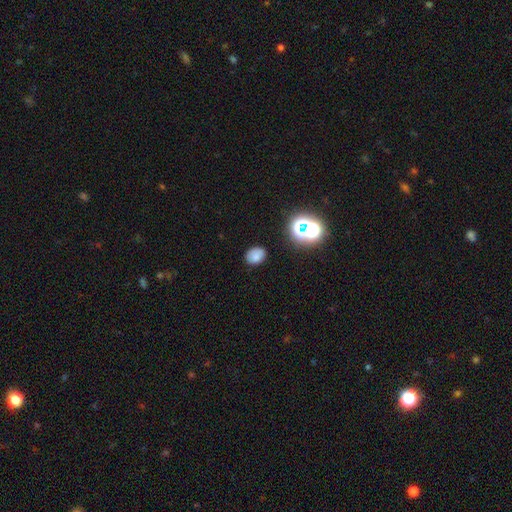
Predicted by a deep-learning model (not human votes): Morphology: type=smooth (75%); roundness=in between (62%); merging=none (82%).